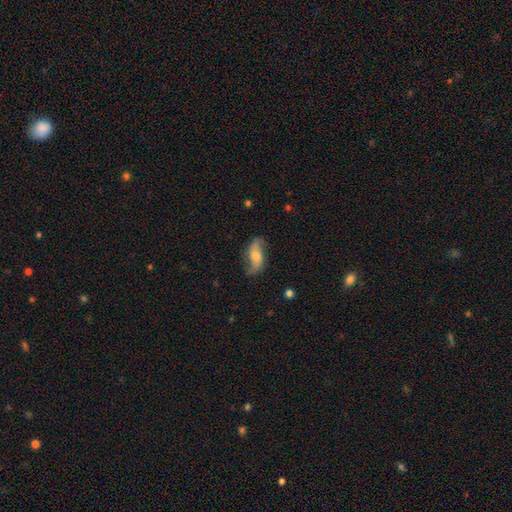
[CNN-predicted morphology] Smooth or featured? featured or disk (66%)
Edge-on disk? no (90%)
Bar? no (58%)
Spiral arms? yes (91%)
Spiral winding? loose (79%)
Spiral arm count? 2 (91%)
Bulge size? moderate (51%)
Merging? none (71%)